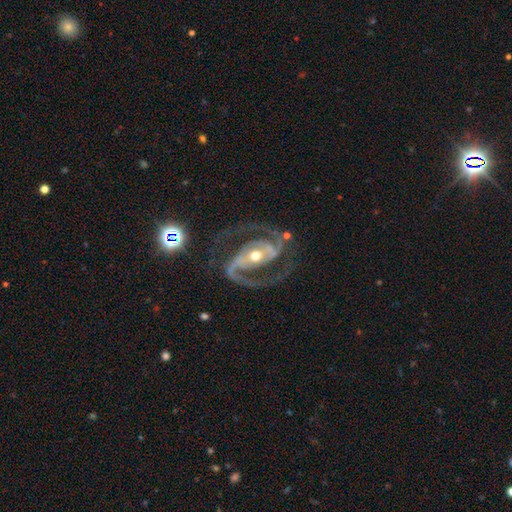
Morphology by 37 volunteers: Q: Smooth or featured?
A: featured or disk (95%); runner-up: smooth (5%)
Q: Edge-on disk?
A: no (94%); runner-up: yes (6%)
Q: Bar?
A: strong (42%); runner-up: weak (33%)
Q: Spiral arms?
A: yes (97%); runner-up: no (3%)
Q: Spiral winding?
A: medium (66%); runner-up: loose (19%)
Q: Spiral arm count?
A: 2 (100%)
Q: Bulge size?
A: moderate (76%); runner-up: small (18%)
Q: Merging?
A: none (76%); runner-up: minor disturbance (19%)